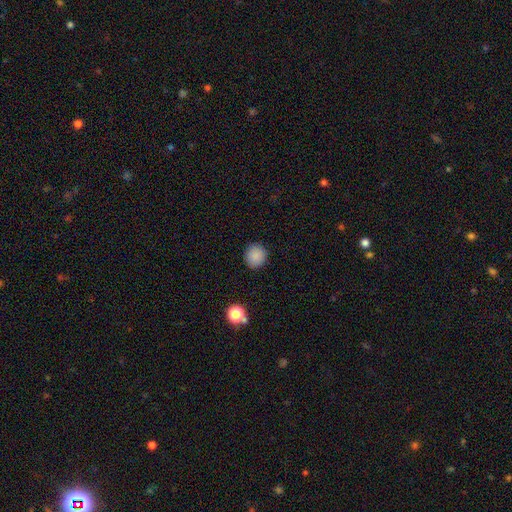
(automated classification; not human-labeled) smooth-or-featured: smooth: 87% | star or artifact: 10% | featured or disk: 3%
  how-rounded: round: 89% | in between: 10% | cigar-shaped: 1%
  merging: none: 90% | minor disturbance: 7% | major disturbance: 2% | merger: 1%